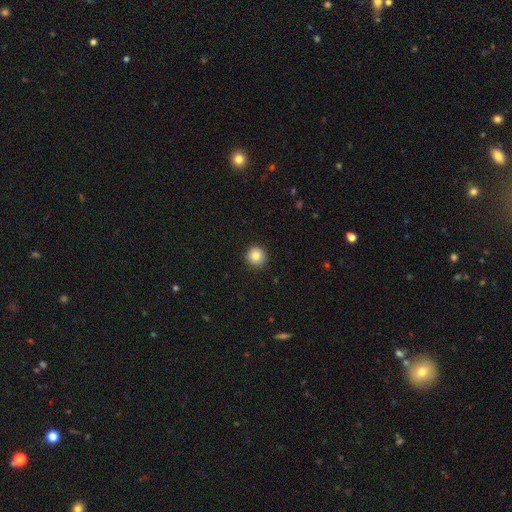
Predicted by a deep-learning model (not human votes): Smooth or featured: smooth — 84% (star or artifact — 10%)
How rounded: round — 95% (in between — 4%)
Merging: none — 92% (minor disturbance — 5%)